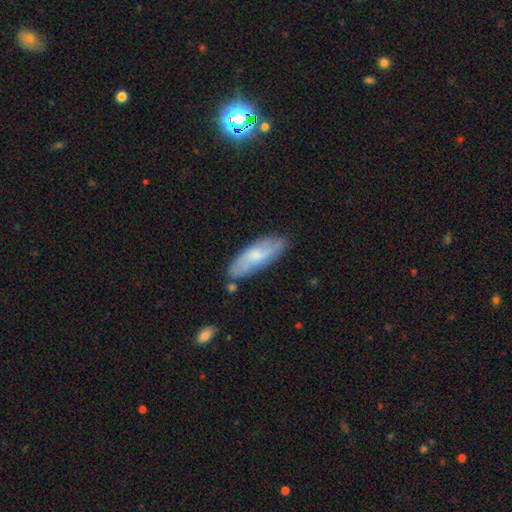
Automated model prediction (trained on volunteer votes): smooth_or_featured: smooth (p=0.57) [alt: featured or disk p=0.36]
how_rounded: in between (p=0.62) [alt: cigar-shaped p=0.36]
merging: none (p=0.74) [alt: minor disturbance p=0.19]